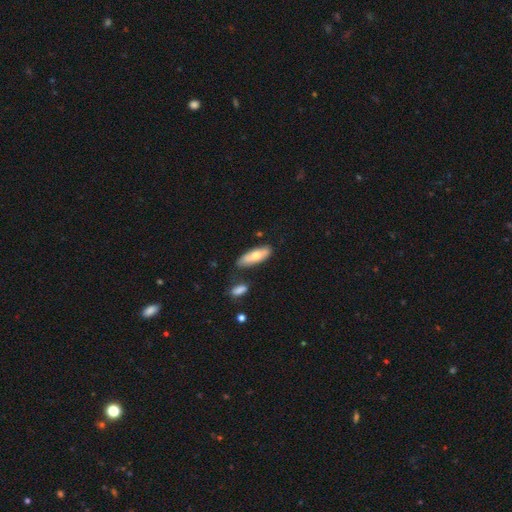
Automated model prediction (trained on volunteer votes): Smooth or featured?
  - smooth: 64% *
  - featured or disk: 30%
  - star or artifact: 6%
How rounded?
  - in between: 65% *
  - cigar-shaped: 33%
  - round: 2%
Merging?
  - none: 71% *
  - minor disturbance: 18%
  - merger: 7%
  - major disturbance: 4%